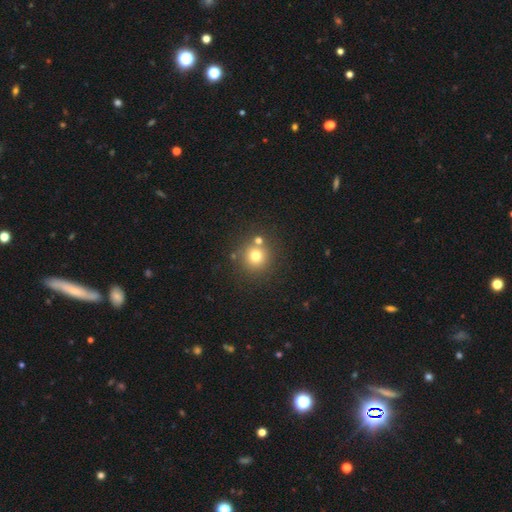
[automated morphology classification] This is likely a smooth galaxy (74%). How rounded: clearly round (93%). Merging: likely none (73%).